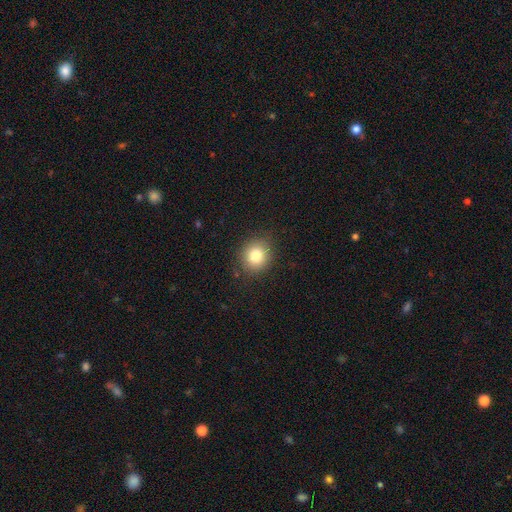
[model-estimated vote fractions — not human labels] Smooth or featured? Predicted: smooth (p=0.81). How rounded? Predicted: round (p=0.81). Merging? Predicted: none (p=0.87).